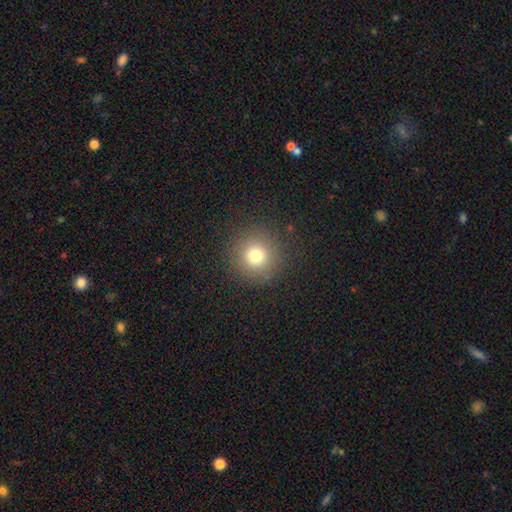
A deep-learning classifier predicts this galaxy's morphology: This appears to be a smooth galaxy with no disk features (75%) that is round (95%). Merging: none (89%).